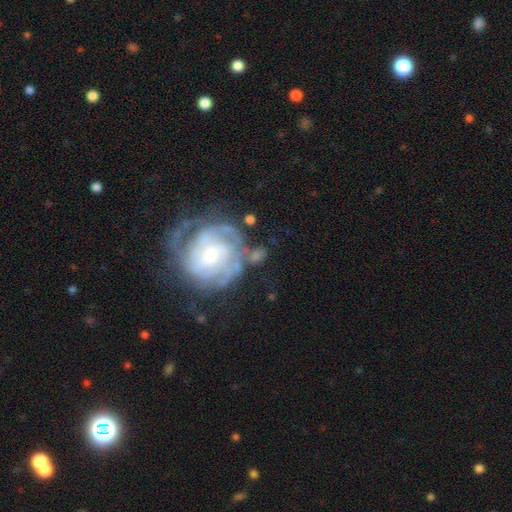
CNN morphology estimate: This is clearly a featured or disk galaxy (83%). It is clearly not viewed edge-on (98%). Bar: possibly no (54%). Spiral arm pattern: clearly yes (93%). Spiral arm count: marginally can't tell (35%). Spiral winding: likely tight (64%). Central bulge: marginally small (45%, tied with moderate). Merging: possibly none (57%).